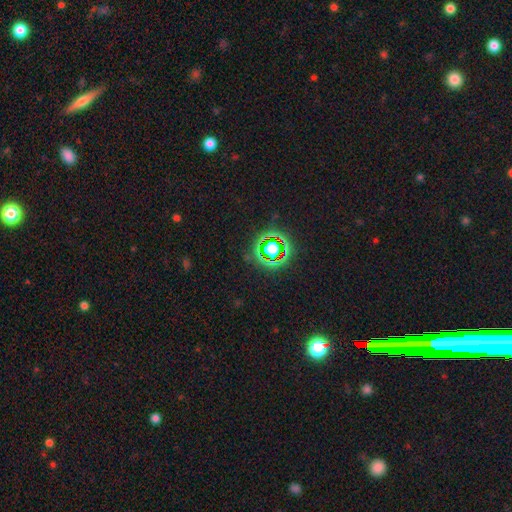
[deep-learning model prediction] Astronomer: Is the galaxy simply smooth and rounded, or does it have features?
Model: star or artifact — 78%.